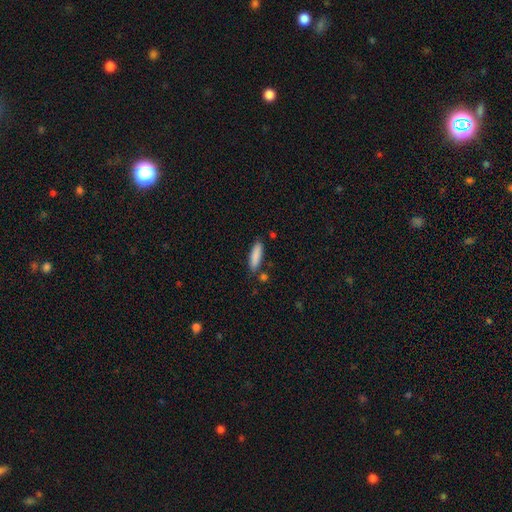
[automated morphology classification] smooth 87%, featured or disk 7%, star or artifact 6%. Down the decision tree: how rounded — cigar-shaped (62%); merging — none (81%).